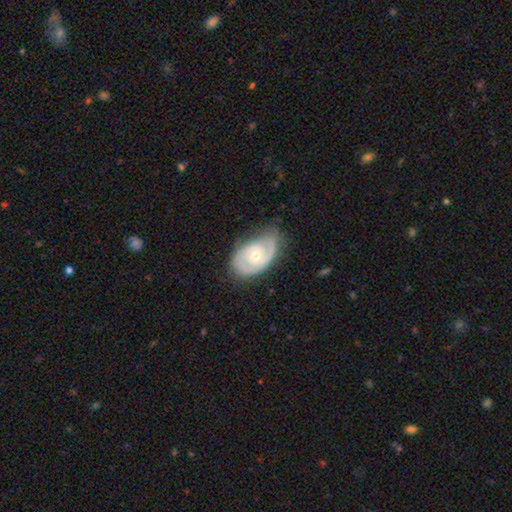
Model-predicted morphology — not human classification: This appears to be a featured or disk galaxy (83%) with no bar (68%), 2 (63%) tight (63%) spiral arms (92%) and a moderate central bulge (52%). Merging: none (67%).